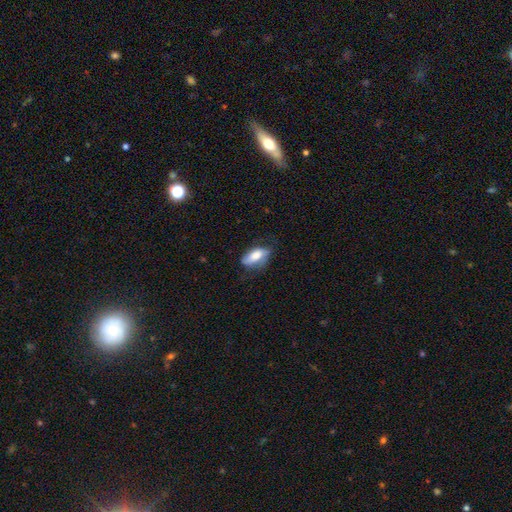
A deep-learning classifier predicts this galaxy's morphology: A smooth galaxy with no disk features (73%) that is in between round and cigar-shaped (83%). Merging: none (57%).